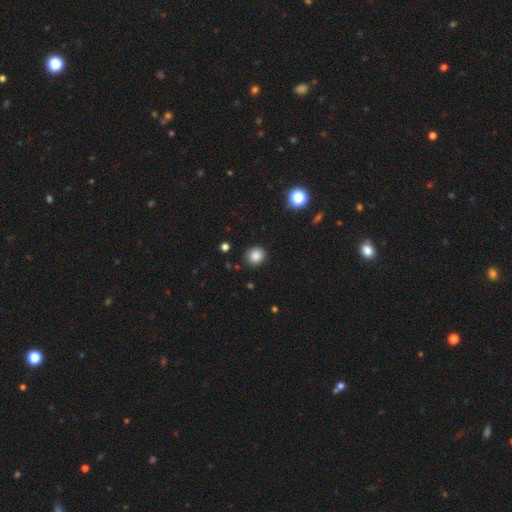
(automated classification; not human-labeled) Overall: smooth (85%). How rounded: round (85%). Merging: none (89%).